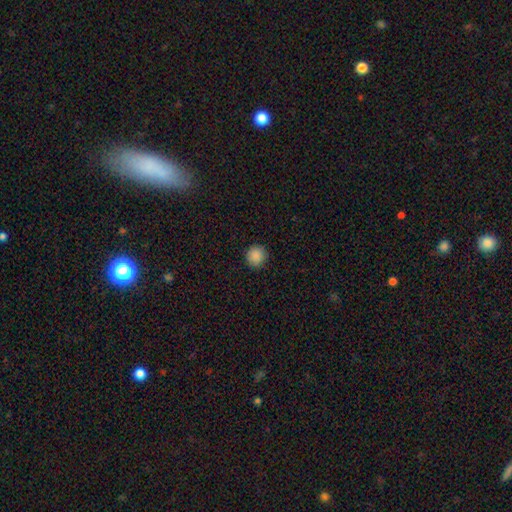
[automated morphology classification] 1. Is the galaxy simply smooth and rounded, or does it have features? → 88% smooth, 9% star or artifact, 3% featured or disk.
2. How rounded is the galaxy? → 95% round, 5% in between, 1% cigar-shaped.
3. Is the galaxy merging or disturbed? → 91% none, 6% minor disturbance, 2% major disturbance, 1% merger.